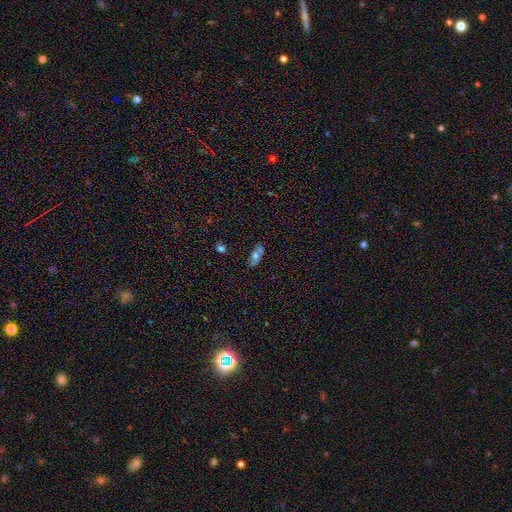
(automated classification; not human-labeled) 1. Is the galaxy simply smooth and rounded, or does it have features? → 57% smooth, 31% featured or disk, 12% star or artifact.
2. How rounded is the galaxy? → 85% in between, 10% cigar-shaped, 5% round.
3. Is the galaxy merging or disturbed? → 74% none, 18% minor disturbance, 4% major disturbance, 4% merger.